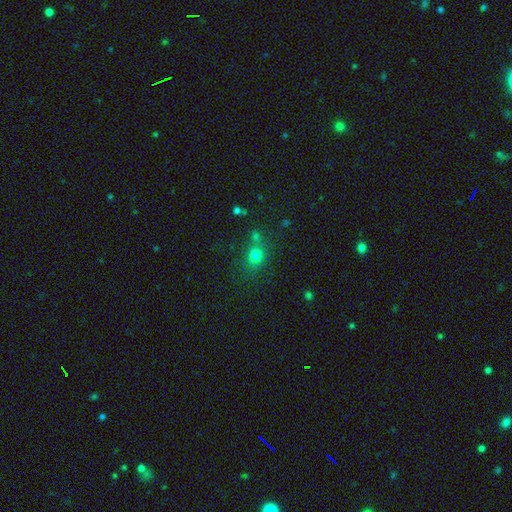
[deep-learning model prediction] The model was most divided on "merging": none: 66%, merger: 17%, minor disturbance: 12%, major disturbance: 5%. More confident: smooth or featured — smooth (76%); how rounded — round (75%).